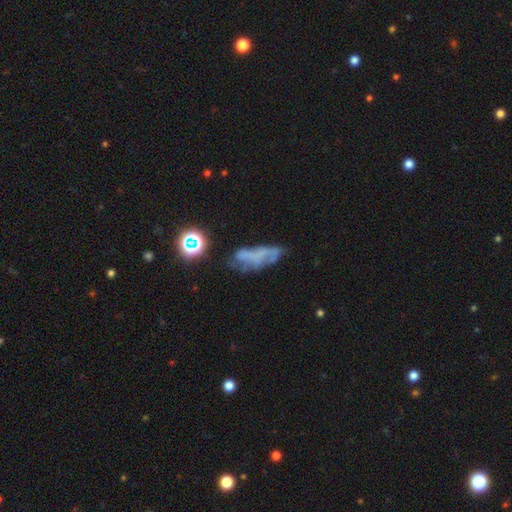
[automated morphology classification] type=featured or disk (45%); merging=none (42%).